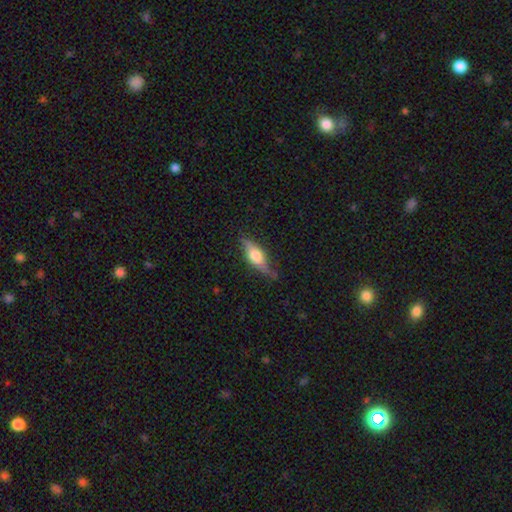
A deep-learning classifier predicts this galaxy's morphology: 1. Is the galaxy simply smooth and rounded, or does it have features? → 49% smooth, 44% featured or disk, 6% star or artifact.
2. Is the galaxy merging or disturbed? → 69% none, 24% minor disturbance, 5% major disturbance, 2% merger.